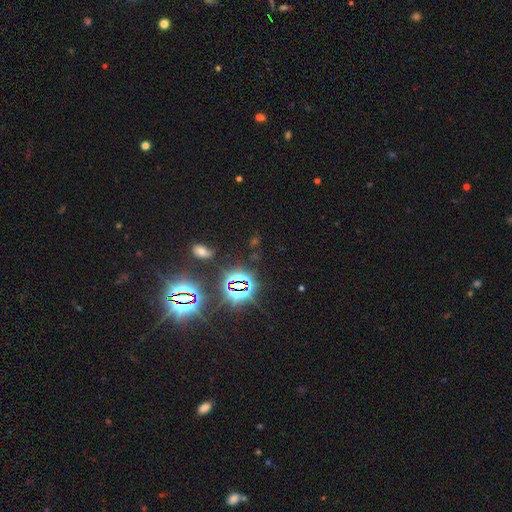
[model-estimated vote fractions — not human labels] Q: Smooth or featured?
A: star or artifact (77%); runner-up: smooth (13%)